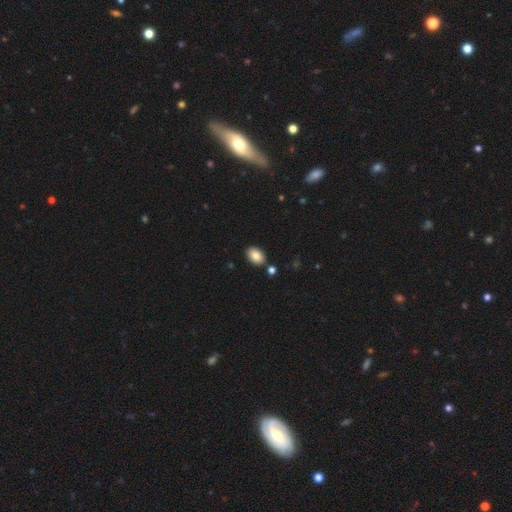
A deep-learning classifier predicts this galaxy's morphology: Q: Smooth or featured?
A: smooth (85%); runner-up: star or artifact (8%)
Q: How rounded?
A: in between (87%); runner-up: round (12%)
Q: Merging?
A: none (85%); runner-up: minor disturbance (9%)